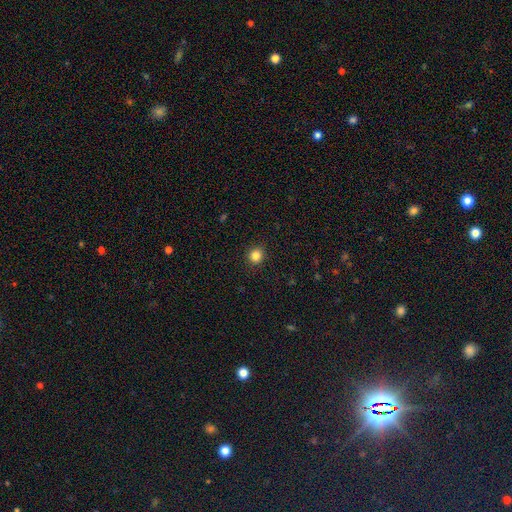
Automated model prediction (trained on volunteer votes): Morphology: type=smooth (84%); roundness=round (90%); merging=none (91%).